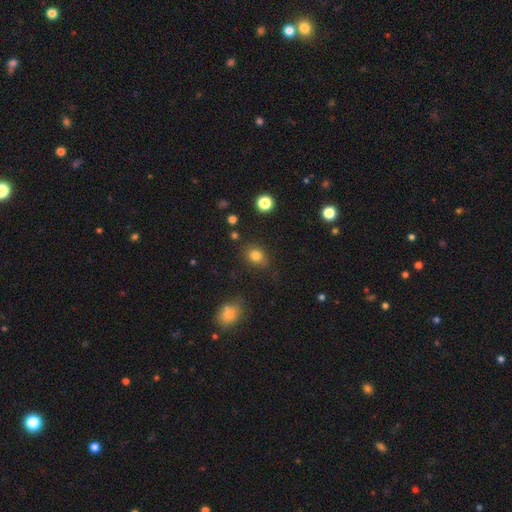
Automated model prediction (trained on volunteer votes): This appears to be a smooth galaxy with no disk features (81%) that is in between round and cigar-shaped (53%). Merging: none (81%).